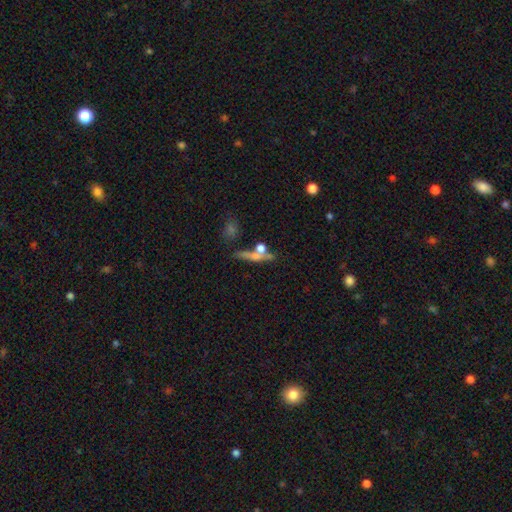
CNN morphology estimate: smooth 47%, featured or disk 39%, star or artifact 14%. Down the decision tree: merging — none (55%).